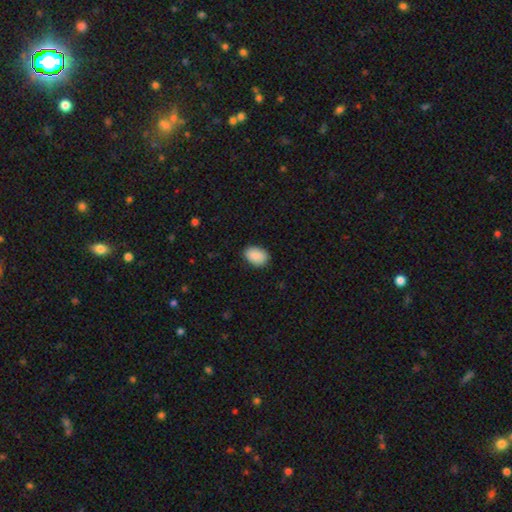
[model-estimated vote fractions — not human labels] The model was most divided on "how rounded": in between: 85%, round: 13%, cigar-shaped: 1%. More confident: smooth or featured — smooth (90%); merging — none (86%).